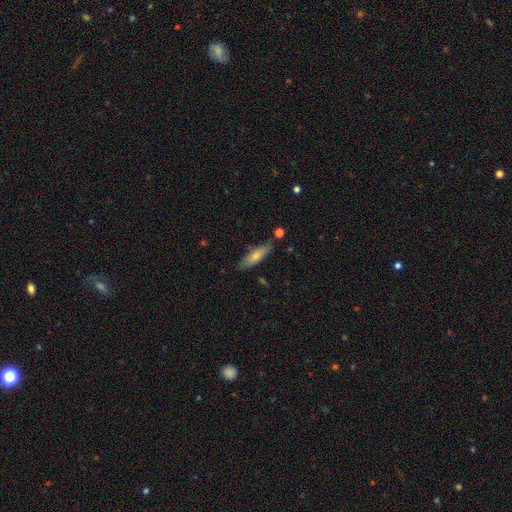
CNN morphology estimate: The model was most divided on "how rounded": cigar-shaped: 56%, in between: 42%, round: 2%. More confident: merging — none (75%); smooth or featured — smooth (69%).